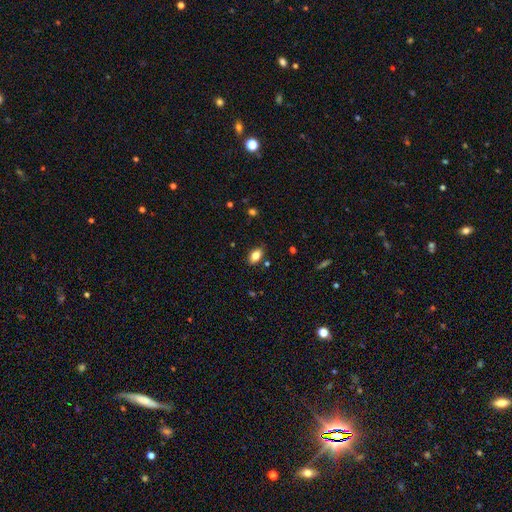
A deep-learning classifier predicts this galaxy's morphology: smooth-or-featured: smooth: 82% | featured or disk: 10% | star or artifact: 9%
  how-rounded: in between: 90% | round: 7% | cigar-shaped: 3%
  merging: none: 84% | minor disturbance: 12% | major disturbance: 2% | merger: 2%